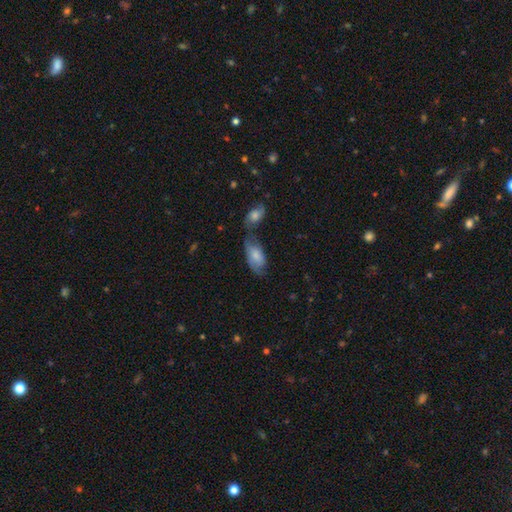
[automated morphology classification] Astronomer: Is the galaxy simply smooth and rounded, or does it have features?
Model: smooth — 67%.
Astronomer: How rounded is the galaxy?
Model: in between — 93%.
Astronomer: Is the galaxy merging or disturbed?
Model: none — 33% (runner-up: merger, 31%).